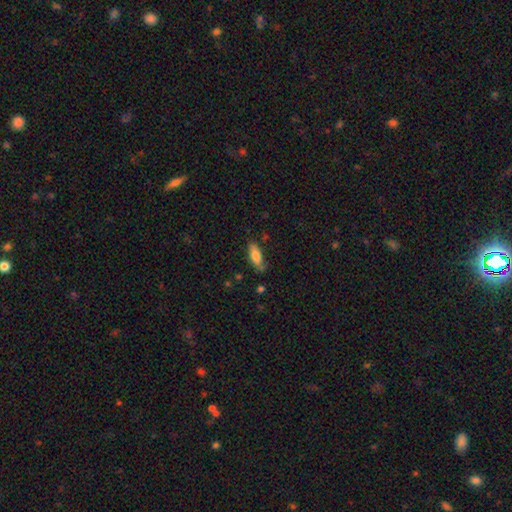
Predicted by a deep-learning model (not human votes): Morphology: type=smooth (73%); roundness=in between (70%); merging=none (68%).